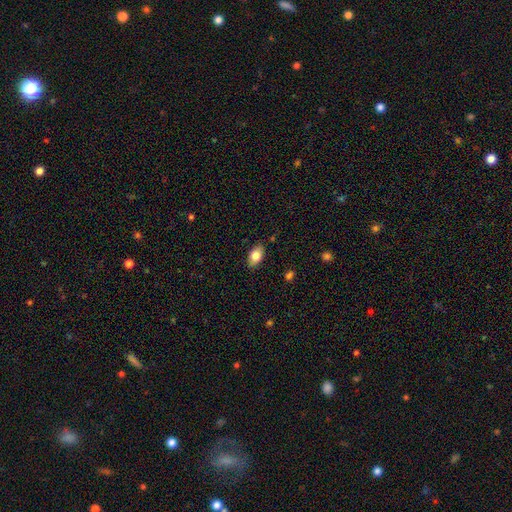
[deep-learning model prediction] smooth-or-featured: smooth: 80% | featured or disk: 12% | star or artifact: 7%
  how-rounded: in between: 91% | round: 6% | cigar-shaped: 3%
  merging: none: 86% | minor disturbance: 10% | major disturbance: 2% | merger: 1%